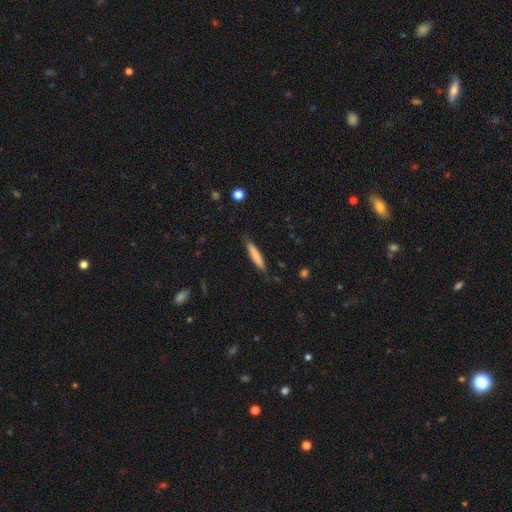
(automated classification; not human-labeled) A smooth galaxy with no disk features (75%) that is cigar-shaped (91%).

Vote fractions:
- Smooth or featured? smooth: 75% / featured or disk: 19% / star or artifact: 6%
- How rounded? cigar-shaped: 91% / in between: 8% / round: 1%
- Merging? none: 84% / minor disturbance: 12% / major disturbance: 2% / merger: 1%